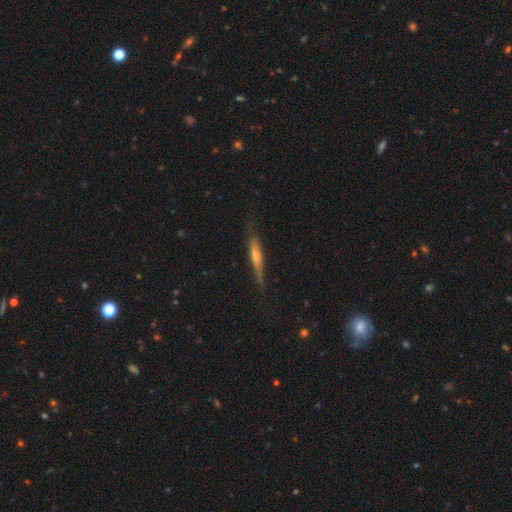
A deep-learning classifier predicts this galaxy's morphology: This is likely a featured or disk galaxy (61%). It is clearly viewed edge-on (94%). Edge-on bulge: likely rounded (72%). Merging: clearly none (80%).